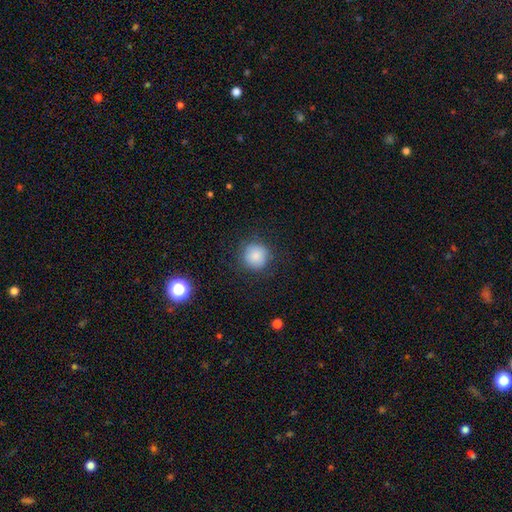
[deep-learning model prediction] A smooth galaxy with no disk features (85%) that is round (93%). Merging: none (85%).